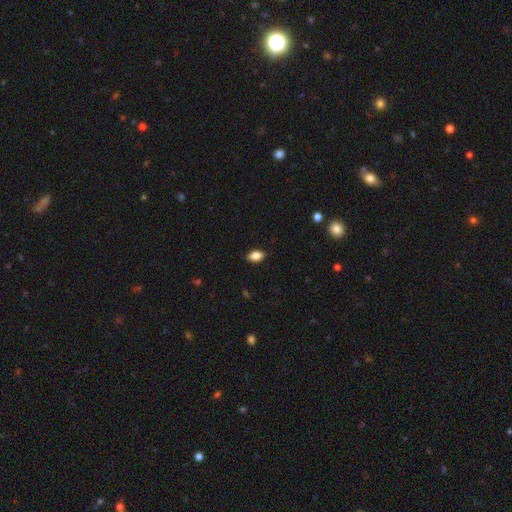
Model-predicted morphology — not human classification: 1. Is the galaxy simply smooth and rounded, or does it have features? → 86% smooth, 8% star or artifact, 6% featured or disk.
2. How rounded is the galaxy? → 90% in between, 7% round, 3% cigar-shaped.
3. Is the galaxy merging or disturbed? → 87% none, 10% minor disturbance, 2% major disturbance, 1% merger.